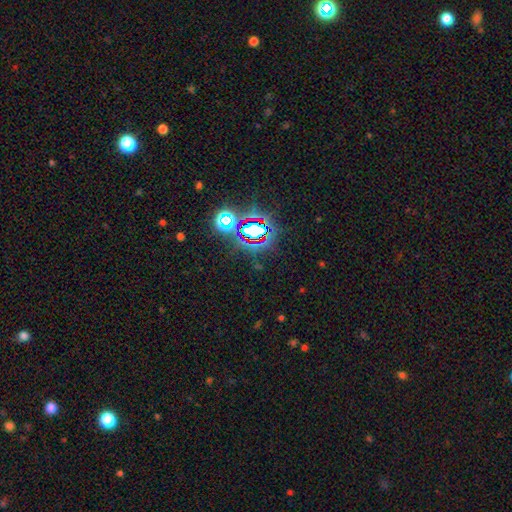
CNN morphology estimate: type=star or artifact (79%).